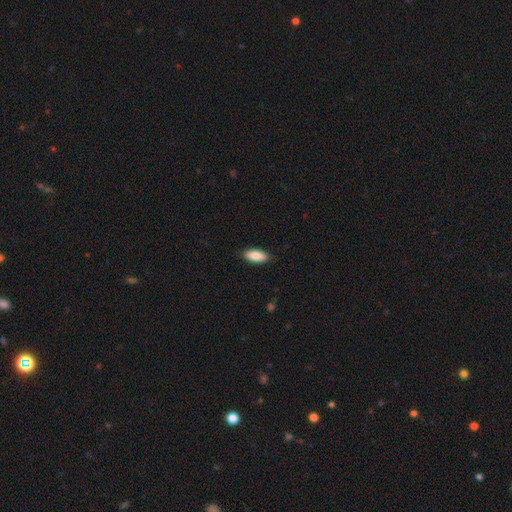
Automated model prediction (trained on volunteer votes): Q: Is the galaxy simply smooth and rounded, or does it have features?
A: smooth — 88%.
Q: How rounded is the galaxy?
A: in between — 87%.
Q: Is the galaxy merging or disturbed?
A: none — 88%.